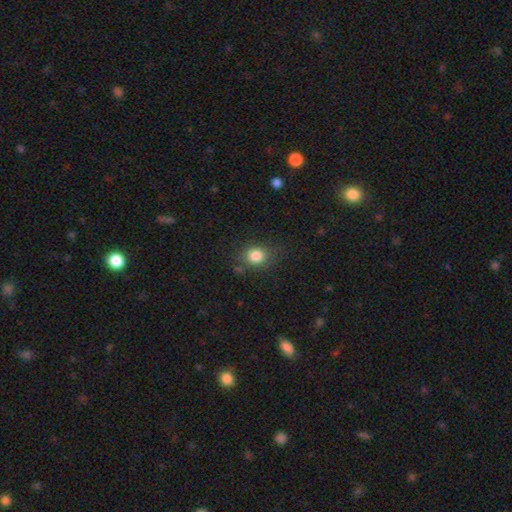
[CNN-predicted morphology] The model was most divided on "how rounded": round: 67%, in between: 32%, cigar-shaped: 1%. More confident: smooth or featured — smooth (83%); merging — none (76%).